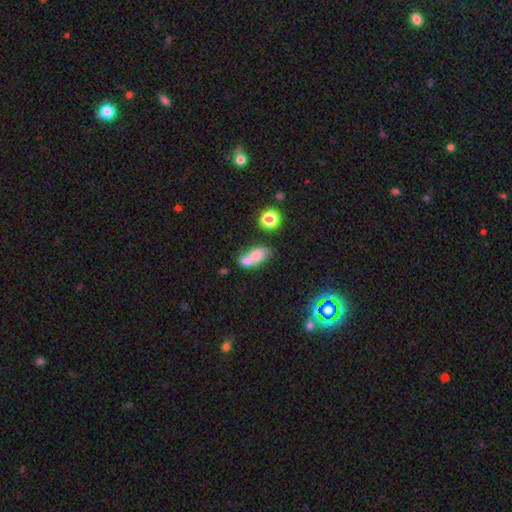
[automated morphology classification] The model was most divided on "merging": merger: 57%, none: 27%, minor disturbance: 10%, major disturbance: 6%. More confident: how rounded — in between (75%); smooth or featured — smooth (70%).